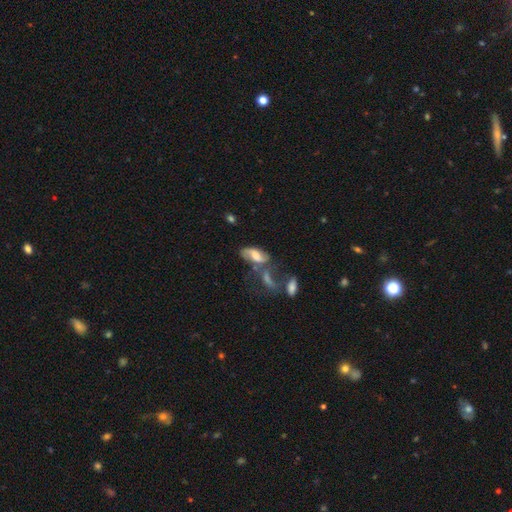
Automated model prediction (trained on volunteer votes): Smooth or featured?
  - featured or disk: 59% *
  - smooth: 32%
  - star or artifact: 9%
Edge-on disk?
  - no: 91% *
  - yes: 9%
Bar?
  - no: 49% *
  - weak: 38%
  - strong: 13%
Spiral arms?
  - yes: 82% *
  - no: 18%
Bulge size?
  - moderate: 37% *
  - large: 24%
  - none: 19%
  - small: 18%
  - dominant: 3%
Merging?
  - merger: 32% * (tied)
  - none: 32% * (tied)
  - major disturbance: 18%
  - minor disturbance: 17%